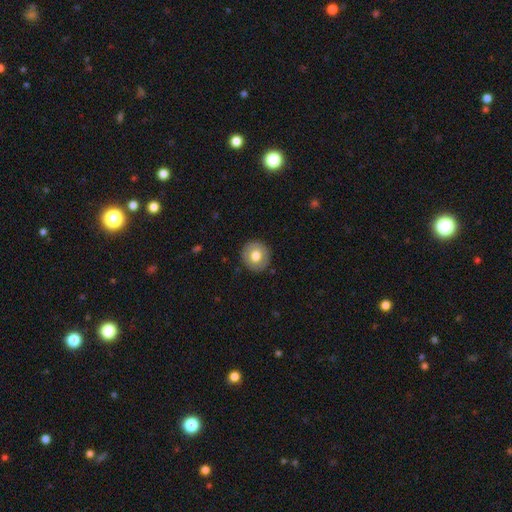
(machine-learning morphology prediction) The model was most divided on "smooth or featured": smooth: 74%, featured or disk: 18%, star or artifact: 8%. More confident: how rounded — round (92%); merging — none (90%).